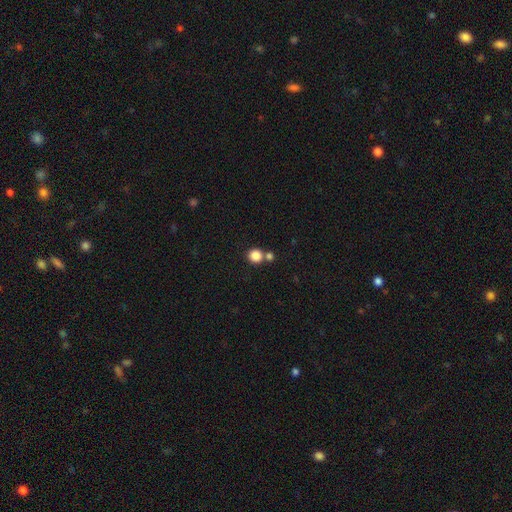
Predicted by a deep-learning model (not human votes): Morphology: type=smooth (84%); roundness=round (90%); merging=none (65%).